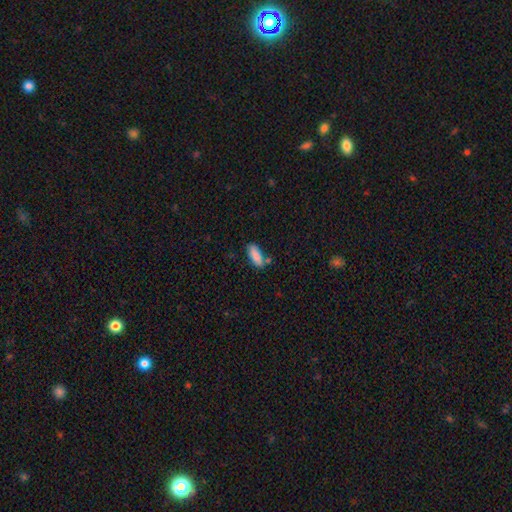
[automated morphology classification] This appears to be a smooth galaxy with no disk features (88%) that is in between round and cigar-shaped (79%). Merging: none (70%).